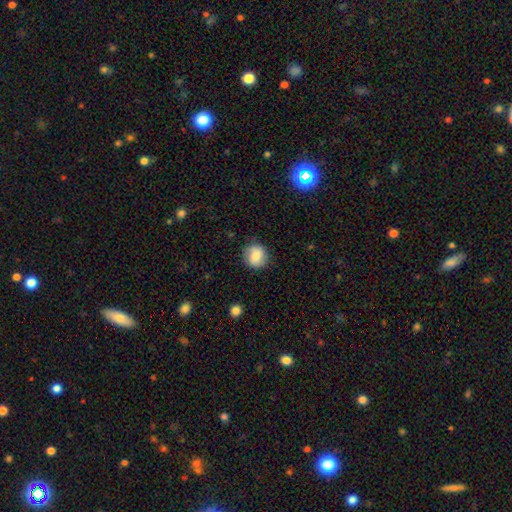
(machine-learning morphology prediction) A smooth galaxy with no disk features (78%) that is round (88%). Merging: none (84%).